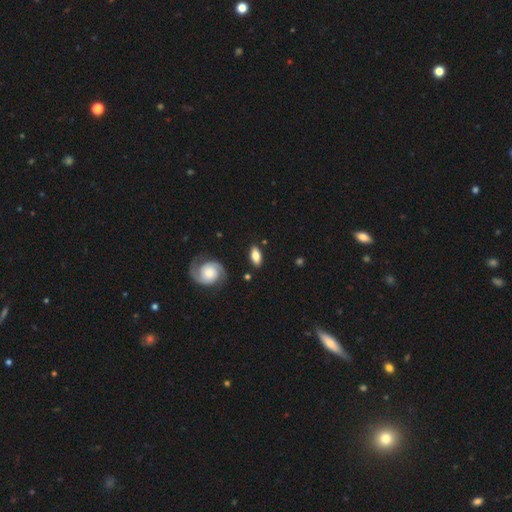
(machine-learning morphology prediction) type=smooth (68%); roundness=in between (85%); merging=none (82%).